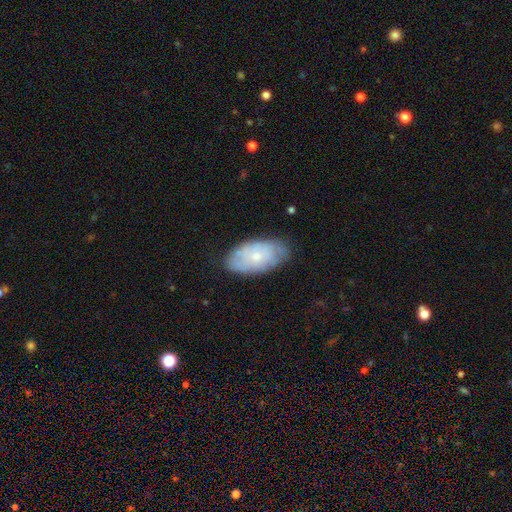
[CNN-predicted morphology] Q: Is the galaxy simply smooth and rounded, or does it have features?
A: smooth — 52%.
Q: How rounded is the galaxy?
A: in between — 93%.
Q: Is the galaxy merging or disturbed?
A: none — 76%.